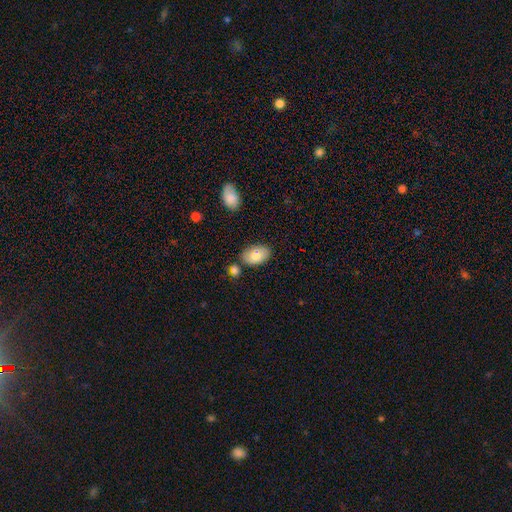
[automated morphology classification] A smooth galaxy with no disk features (81%) that is in between round and cigar-shaped (93%). Merging: none (72%).